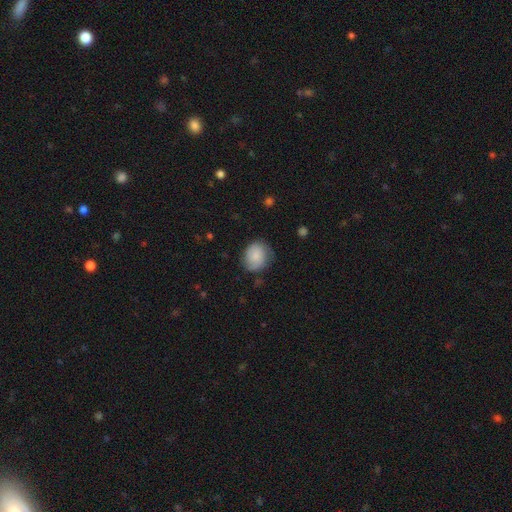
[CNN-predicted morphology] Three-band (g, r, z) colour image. It shows a smooth galaxy with no disk features (73%) that is round (70%). Merging: none (67%).